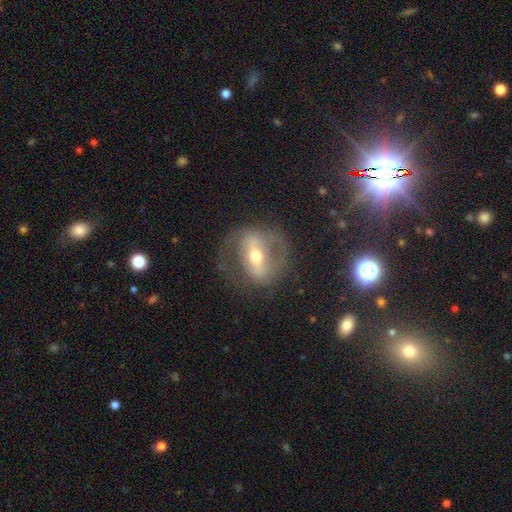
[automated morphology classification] A featured or disk galaxy (78%) with a strong bar (62%), spiral arms (69%) and a moderate central bulge (67%).

Vote fractions:
- Smooth or featured? featured or disk: 78% / smooth: 16% / star or artifact: 7%
- Edge-on disk? no: 92% / yes: 8%
- Bar? strong: 62% / weak: 25% / no: 13%
- Spiral arms? yes: 69% / no: 31%
- Bulge size? moderate: 67% / small: 26% / large: 5% / dominant: 1% / none: 1%
- Merging? none: 64% / minor disturbance: 17% / major disturbance: 17% / merger: 2%